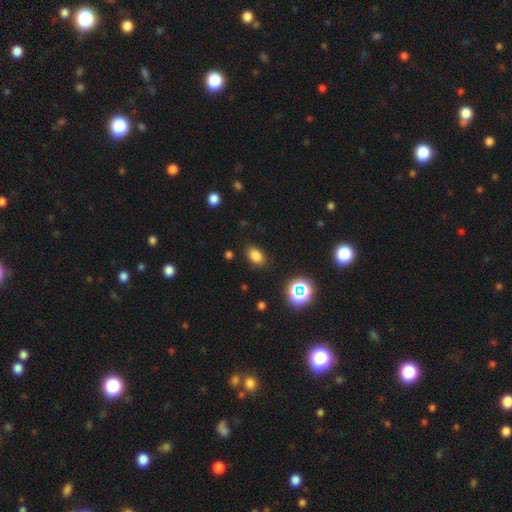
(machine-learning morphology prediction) Smooth or featured?
  - smooth: 79% *
  - star or artifact: 16%
  - featured or disk: 5%
How rounded?
  - in between: 83% *
  - round: 16%
  - cigar-shaped: 1%
Merging?
  - none: 86% *
  - minor disturbance: 9%
  - major disturbance: 3%
  - merger: 2%